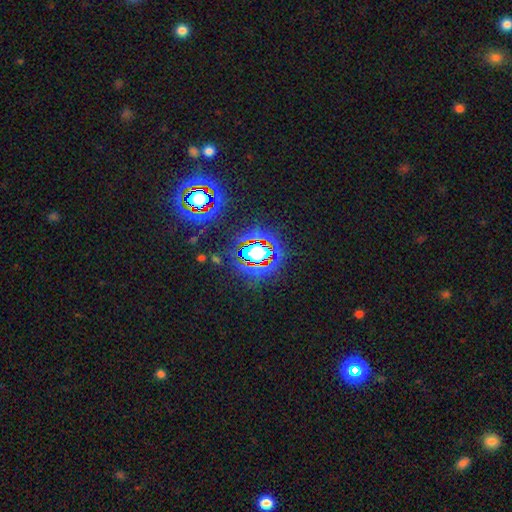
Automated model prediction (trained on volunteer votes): The model was most divided on "smooth or featured": star or artifact: 82%, smooth: 10%, featured or disk: 8%.